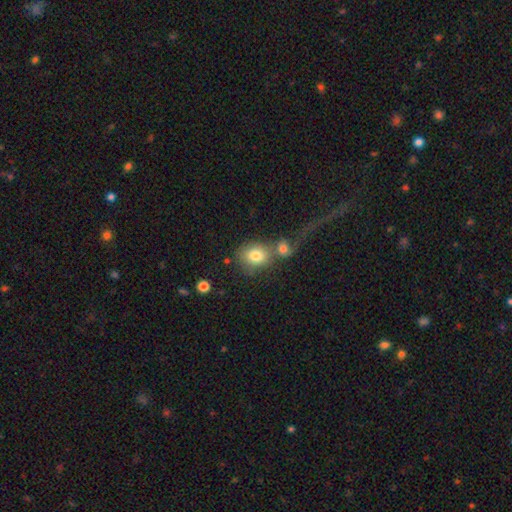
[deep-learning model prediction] smooth_or_featured: smooth (p=0.79) [alt: featured or disk p=0.12]
how_rounded: round (p=0.65) [alt: in between p=0.34]
merging: merger (p=0.43) [alt: none p=0.37]